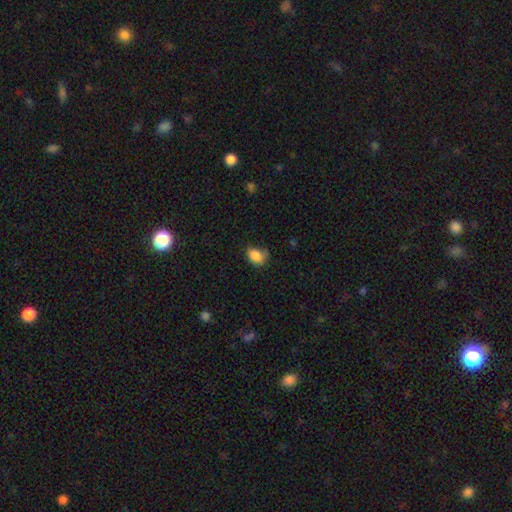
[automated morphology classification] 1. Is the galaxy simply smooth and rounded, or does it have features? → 85% smooth, 9% star or artifact, 6% featured or disk.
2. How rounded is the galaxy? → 69% in between, 30% round, 1% cigar-shaped.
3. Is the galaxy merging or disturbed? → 50% none, 34% minor disturbance, 12% major disturbance, 3% merger.